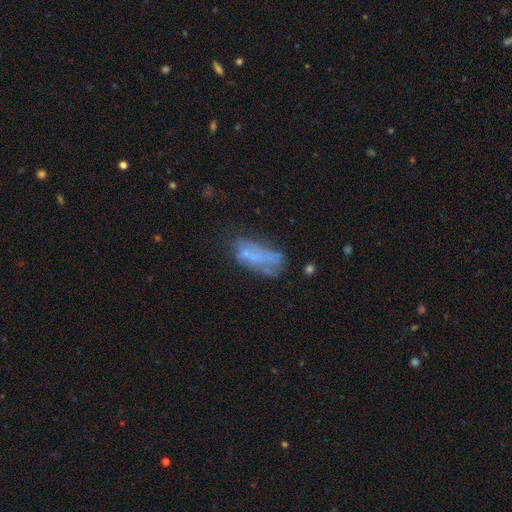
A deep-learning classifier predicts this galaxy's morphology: type=smooth (45%); merging=none (33%).